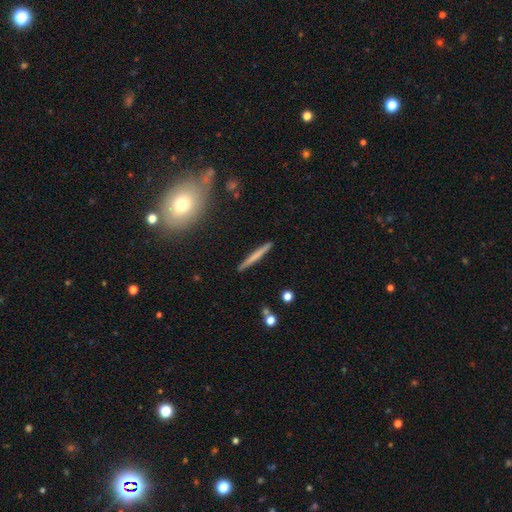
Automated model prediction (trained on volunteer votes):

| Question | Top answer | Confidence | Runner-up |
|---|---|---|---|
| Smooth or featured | smooth | 57% | featured or disk (37%) |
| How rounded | cigar-shaped | 95% | in between (3%) |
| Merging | none | 91% | minor disturbance (6%) |